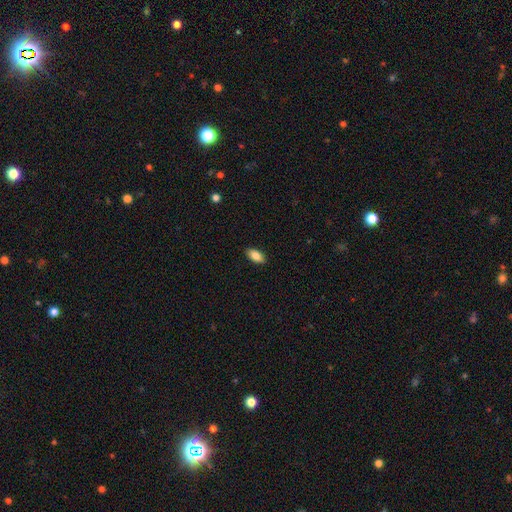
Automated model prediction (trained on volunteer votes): Smooth or featured? smooth (86%)
How rounded? in between (92%)
Merging? none (89%)